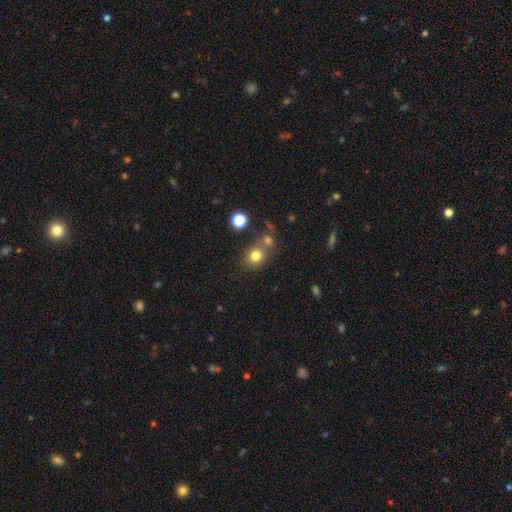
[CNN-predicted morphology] Smooth or featured?
  - smooth: 79% *
  - star or artifact: 14%
  - featured or disk: 7%
How rounded?
  - round: 80% *
  - in between: 19%
  - cigar-shaped: 1%
Merging?
  - none: 62% *
  - merger: 24%
  - minor disturbance: 10%
  - major disturbance: 4%